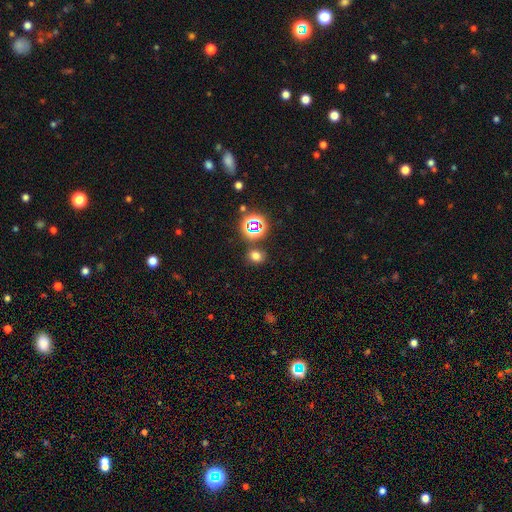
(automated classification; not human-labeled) Smooth or featured: smooth — 66% (star or artifact — 27%)
How rounded: round — 69% (in between — 30%)
Merging: none — 82% (minor disturbance — 9%)